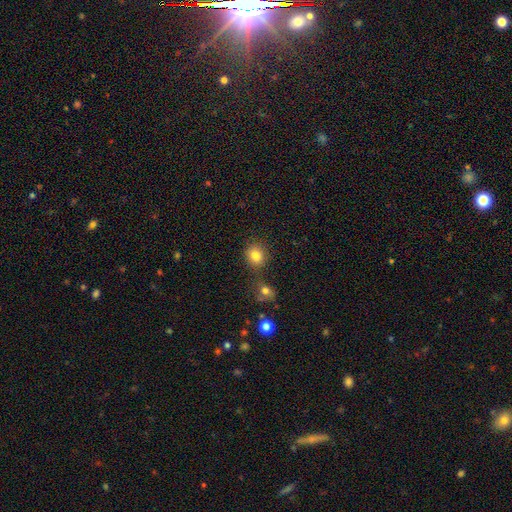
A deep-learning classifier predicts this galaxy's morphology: The model was most divided on "how rounded": round: 76%, in between: 24%, cigar-shaped: 1%. More confident: smooth or featured — smooth (82%); merging — none (75%).